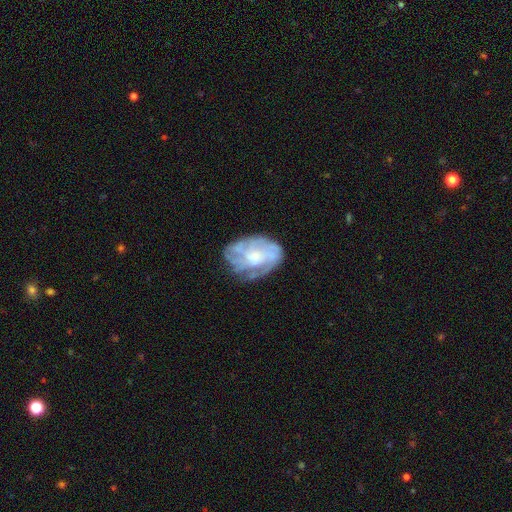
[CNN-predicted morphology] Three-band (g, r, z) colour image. It shows a featured or disk galaxy (73%) with no bar (75%), tight (53%) spiral arms (77%) and a small central bulge (51%). Merging: none (63%).